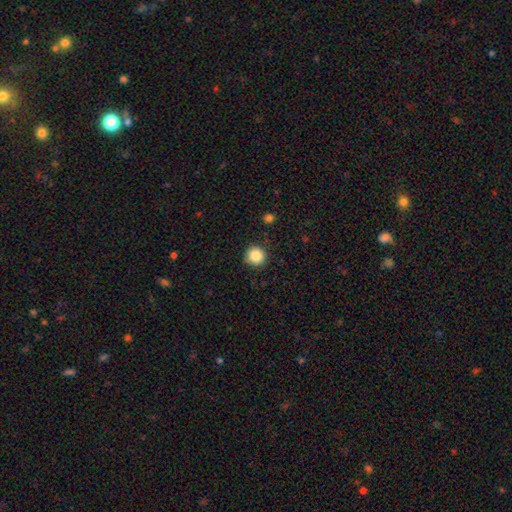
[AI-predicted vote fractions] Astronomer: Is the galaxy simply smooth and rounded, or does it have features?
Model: smooth — 86%.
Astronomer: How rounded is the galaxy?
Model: round — 95%.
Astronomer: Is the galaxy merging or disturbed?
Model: none — 89%.